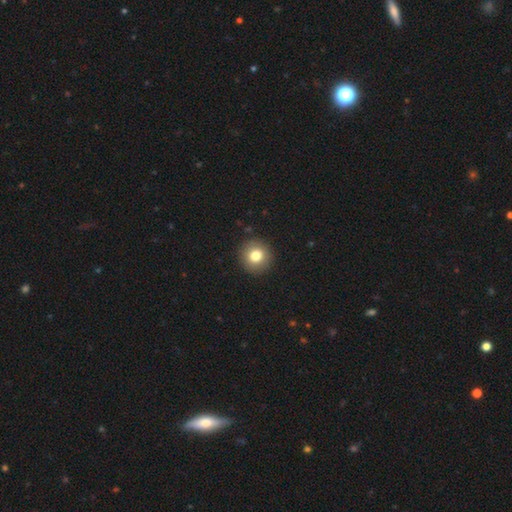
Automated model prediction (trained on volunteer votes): Smooth or featured? smooth (79%)
How rounded? round (93%)
Merging? none (92%)